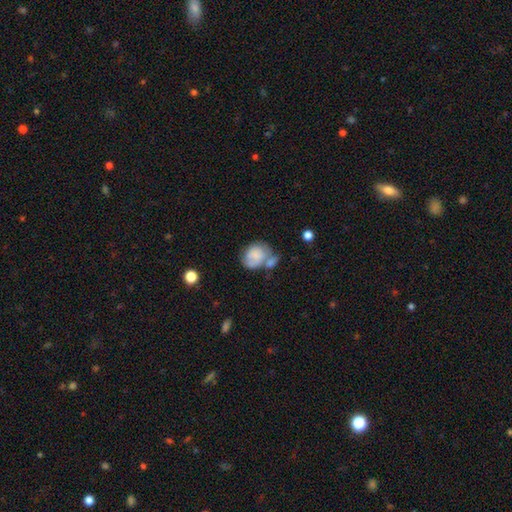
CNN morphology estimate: Smooth or featured?
  - smooth: 66% *
  - featured or disk: 26%
  - star or artifact: 8%
How rounded?
  - round: 50% *
  - in between: 49%
  - cigar-shaped: 1%
Merging?
  - merger: 39% *
  - none: 26%
  - minor disturbance: 20%
  - major disturbance: 15%